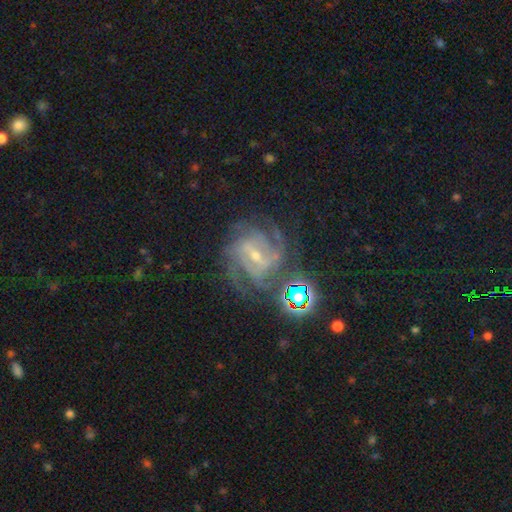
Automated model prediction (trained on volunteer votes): This appears to be a featured or disk galaxy (84%) with a weak bar (45%), 3 (25%) tight (50%) spiral arms (97%) and a small central bulge (67%). Merging: none (69%).